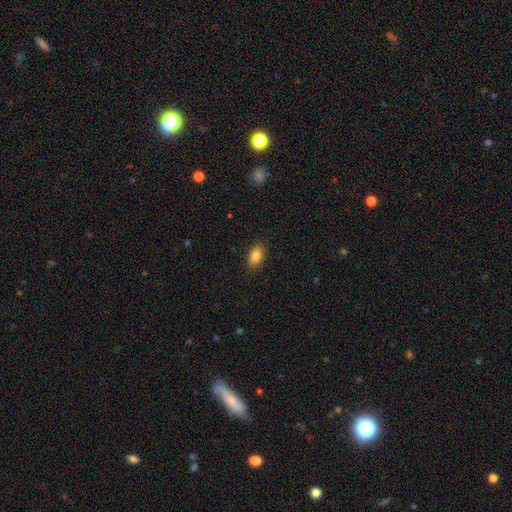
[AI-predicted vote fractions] Smooth or featured? smooth (86%)
How rounded? in between (91%)
Merging? none (88%)